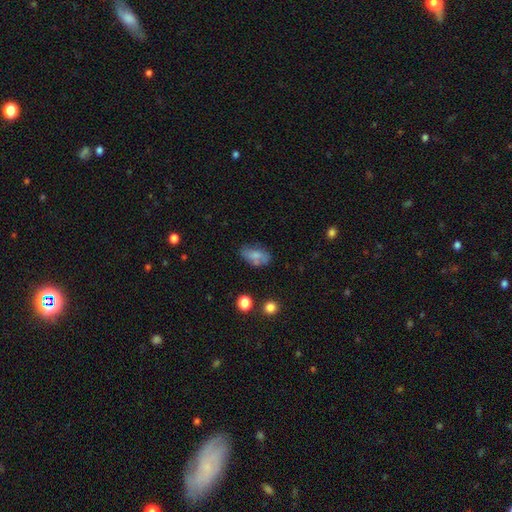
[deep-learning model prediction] smooth 71%, featured or disk 20%, star or artifact 9%. Down the decision tree: how rounded — in between (89%); merging — none (56%).